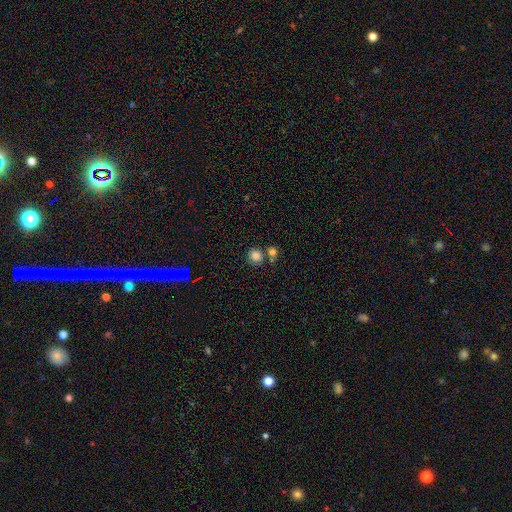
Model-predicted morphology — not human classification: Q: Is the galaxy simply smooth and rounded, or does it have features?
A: smooth — 82%.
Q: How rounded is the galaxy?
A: round — 89%.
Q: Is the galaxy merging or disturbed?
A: none — 68%.